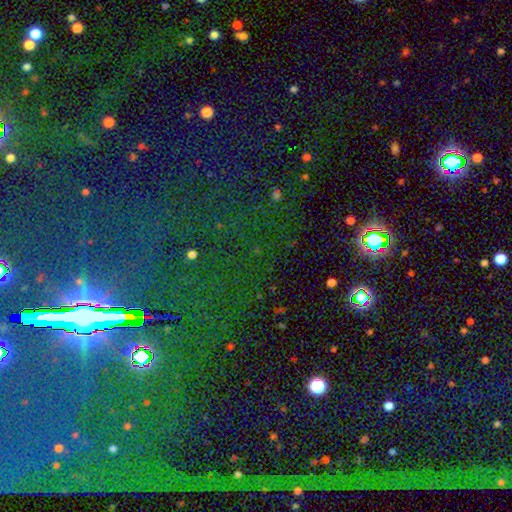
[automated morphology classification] Smooth or featured? Predicted: star or artifact (p=0.79).